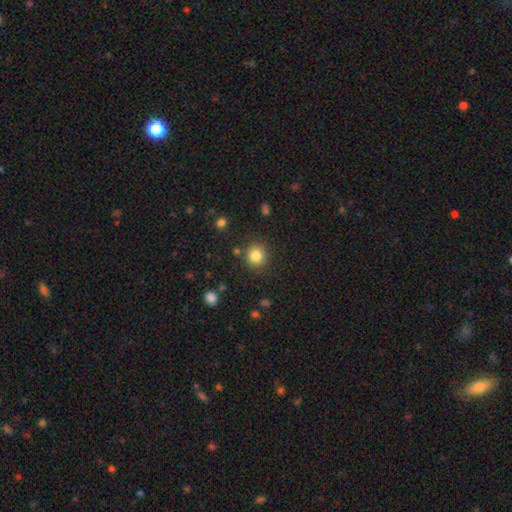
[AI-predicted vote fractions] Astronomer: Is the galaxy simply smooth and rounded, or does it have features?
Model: smooth — 84%.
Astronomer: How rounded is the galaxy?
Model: round — 86%.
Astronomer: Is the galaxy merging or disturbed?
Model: none — 86%.